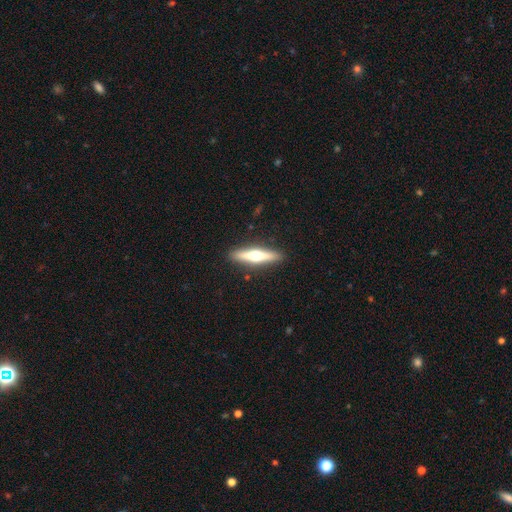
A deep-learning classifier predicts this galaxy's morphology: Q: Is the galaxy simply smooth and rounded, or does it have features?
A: featured or disk — 57%.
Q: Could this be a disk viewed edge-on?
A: yes — 95%.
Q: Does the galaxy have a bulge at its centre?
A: rounded — 94%.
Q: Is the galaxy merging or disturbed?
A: none — 91%.